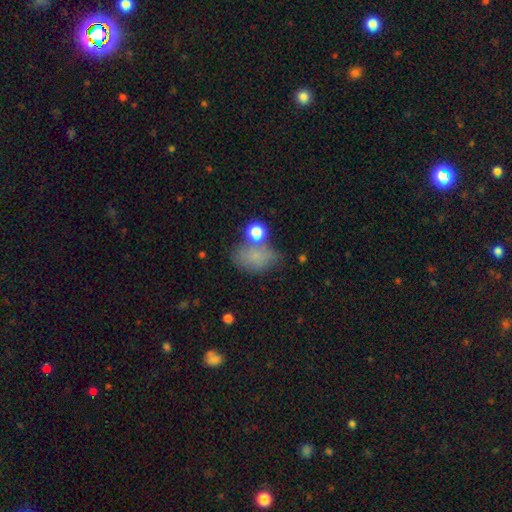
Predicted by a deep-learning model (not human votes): Morphology: type=smooth (71%); roundness=in between (69%); merging=none (48%).